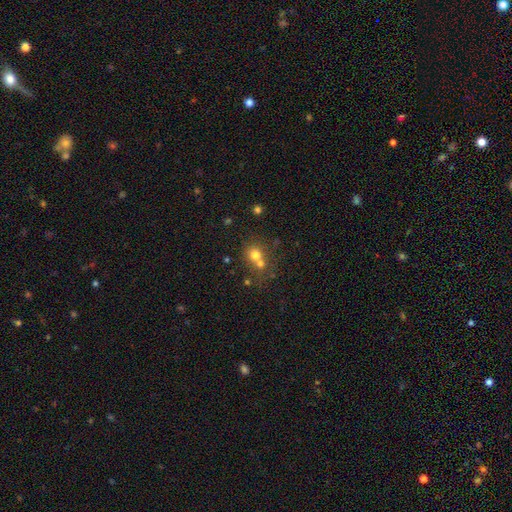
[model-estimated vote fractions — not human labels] Overall: smooth (71%). How rounded: round (81%). Merging: merger (51%; none 39%).